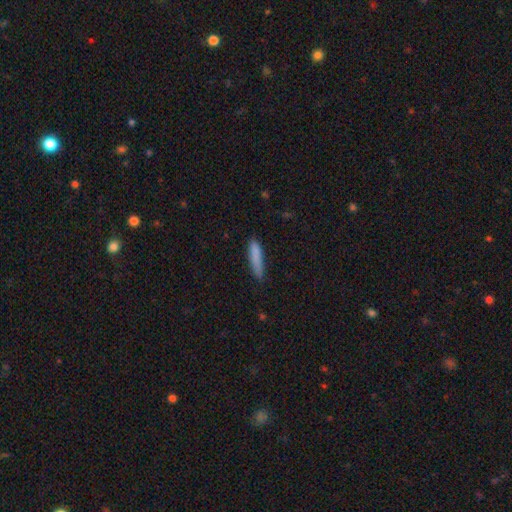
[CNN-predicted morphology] Smooth or featured?
  - smooth: 84% *
  - featured or disk: 9%
  - star or artifact: 7%
How rounded?
  - cigar-shaped: 84% *
  - in between: 15%
  - round: 1%
Merging?
  - none: 76% *
  - minor disturbance: 19%
  - major disturbance: 3%
  - merger: 2%